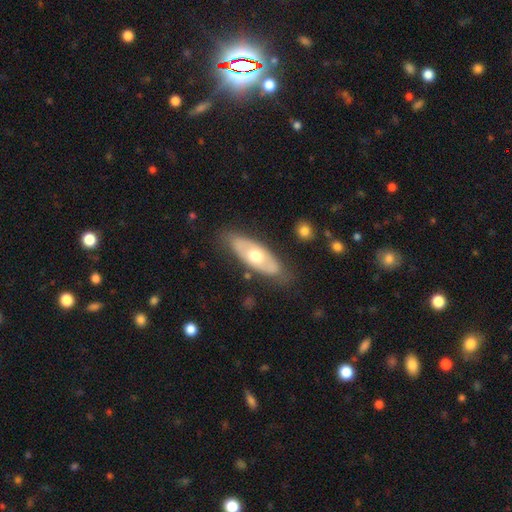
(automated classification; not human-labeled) smooth_or_featured: featured or disk (p=0.49) [alt: smooth p=0.47]
merging: none (p=0.78) [alt: minor disturbance p=0.16]